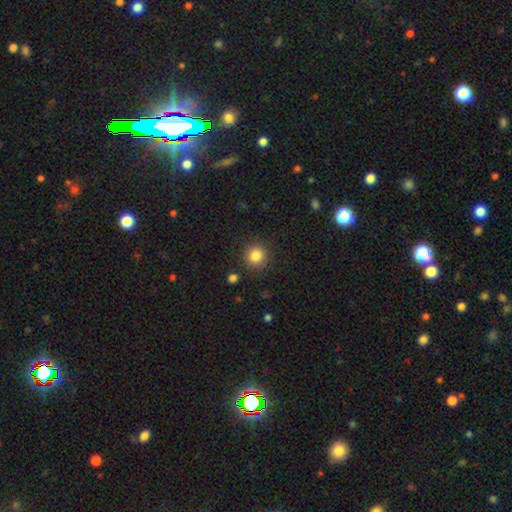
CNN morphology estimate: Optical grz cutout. It shows a smooth galaxy with no disk features (84%) that is round (93%). Merging: none (89%).